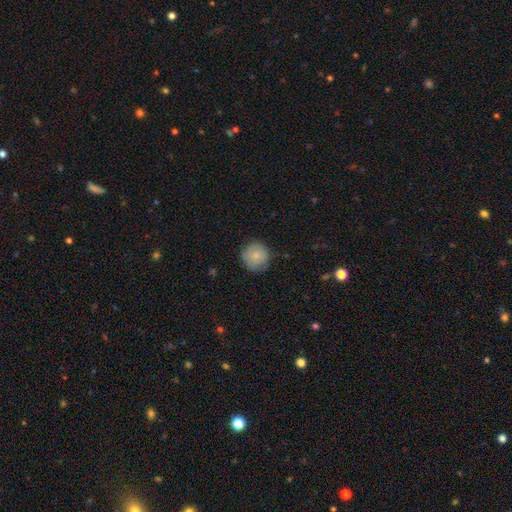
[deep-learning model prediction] smooth_or_featured: smooth (p=0.80) [alt: featured or disk p=0.13]
how_rounded: round (p=0.93) [alt: in between p=0.06]
merging: none (p=0.79) [alt: minor disturbance p=0.17]